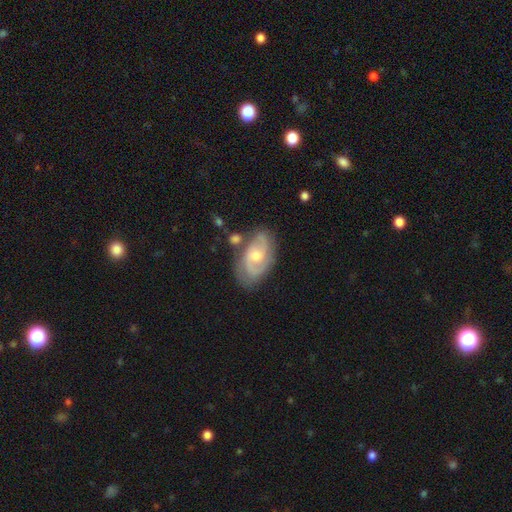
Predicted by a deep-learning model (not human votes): Overall: featured or disk (78%). Edge-on disk: no (96%). Bar: no (59%; weak 36%). Spiral arms: yes (92%). Spiral arm count: 2 (74%). Spiral winding: medium (47%; tight 39%). Bulge size: moderate (57%; small 37%). Merging: none (68%).